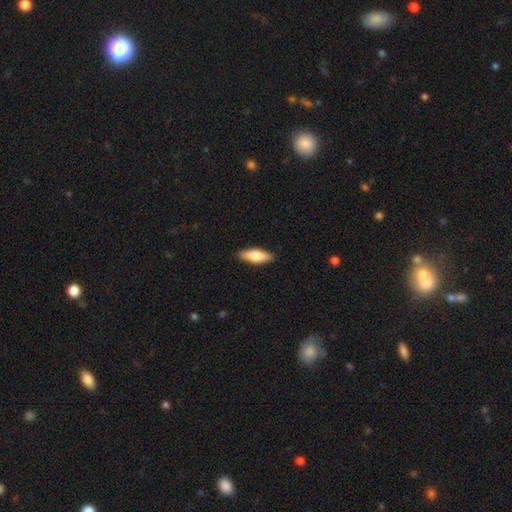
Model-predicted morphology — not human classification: The model was most divided on "how rounded": in between: 60%, cigar-shaped: 38%, round: 2%. More confident: merging — none (89%); smooth or featured — smooth (76%).